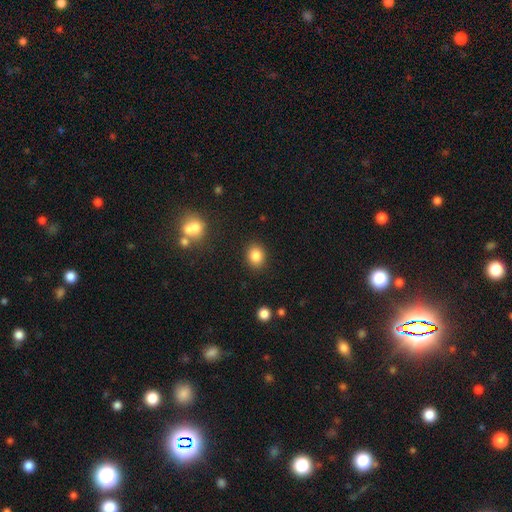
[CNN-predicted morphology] This is clearly a smooth galaxy (84%). How rounded: possibly round (55%). Merging: clearly none (88%).